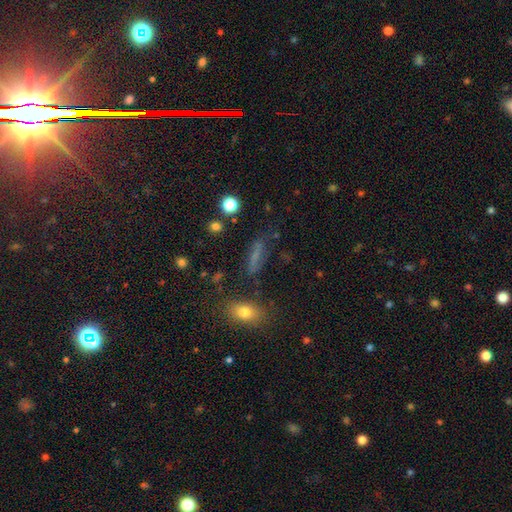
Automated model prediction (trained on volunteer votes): Smooth or featured? smooth (60%)
How rounded? cigar-shaped (57%)
Merging? none (68%)